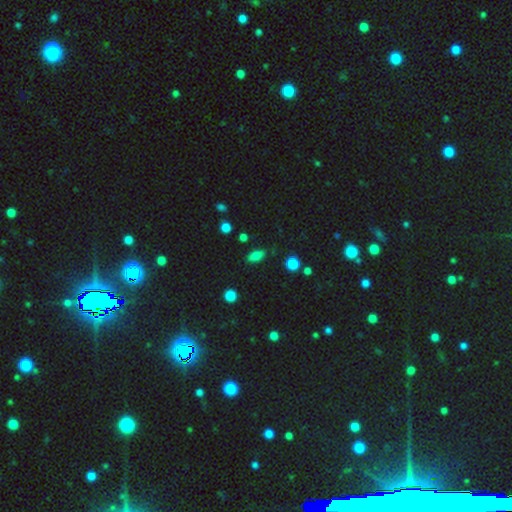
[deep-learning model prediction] smooth 80%, star or artifact 12%, featured or disk 8%. Down the decision tree: how rounded — in between (83%); merging — none (81%).